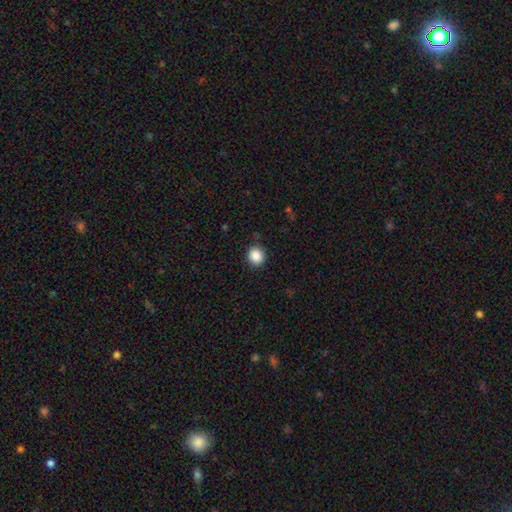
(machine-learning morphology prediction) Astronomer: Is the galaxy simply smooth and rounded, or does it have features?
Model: smooth — 88%.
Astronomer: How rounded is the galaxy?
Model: round — 83%.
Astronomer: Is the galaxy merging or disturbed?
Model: none — 88%.